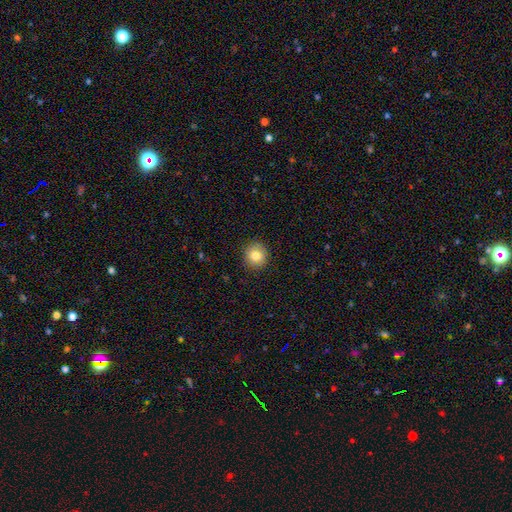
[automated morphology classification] smooth 82%, star or artifact 10%, featured or disk 8%. Down the decision tree: how rounded — round (91%); merging — none (91%).